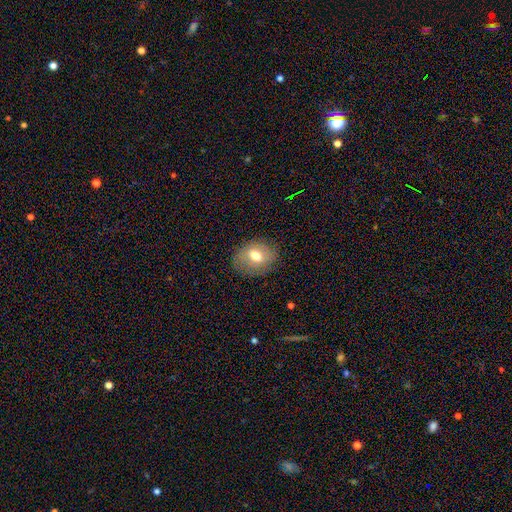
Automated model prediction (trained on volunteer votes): This appears to be a smooth galaxy with no disk features (66%) that is in between round and cigar-shaped (54%). Merging: none (80%).